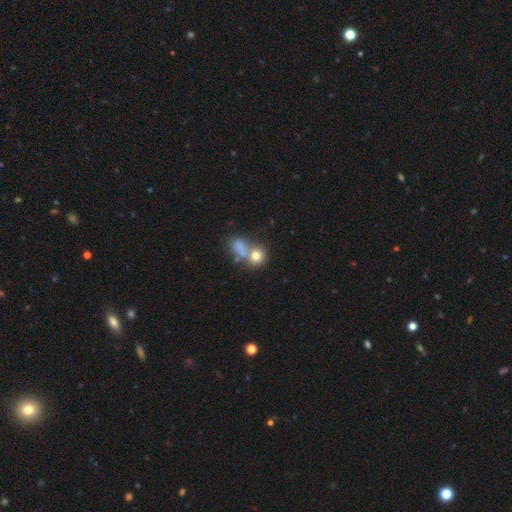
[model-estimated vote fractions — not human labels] Smooth or featured? smooth (73%)
How rounded? round (75%)
Merging? merger (48%)